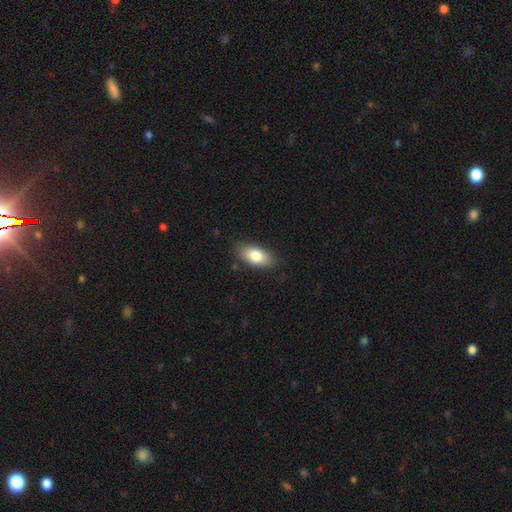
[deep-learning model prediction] Morphology: type=smooth (80%); roundness=in between (90%); merging=none (83%).